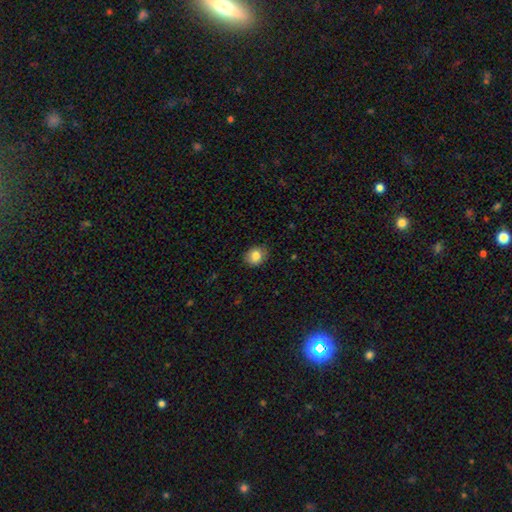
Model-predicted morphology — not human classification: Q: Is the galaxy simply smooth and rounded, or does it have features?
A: smooth — 84%.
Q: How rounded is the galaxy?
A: round — 62%.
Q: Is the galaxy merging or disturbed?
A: none — 83%.